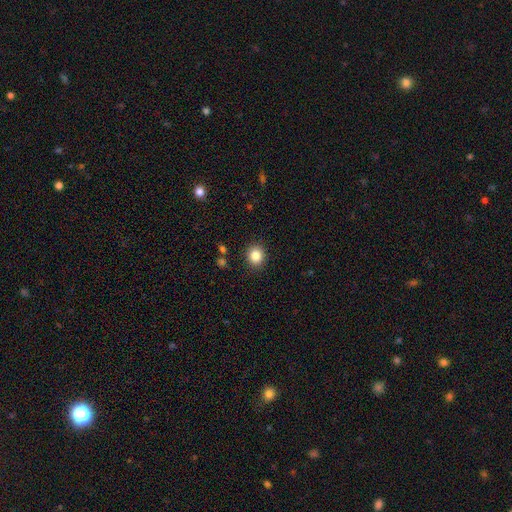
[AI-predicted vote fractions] Q: Smooth or featured?
A: smooth (85%); runner-up: star or artifact (10%)
Q: How rounded?
A: round (78%); runner-up: in between (21%)
Q: Merging?
A: none (90%); runner-up: minor disturbance (7%)